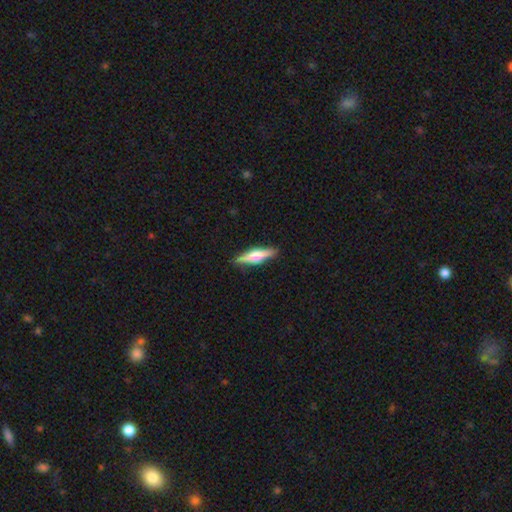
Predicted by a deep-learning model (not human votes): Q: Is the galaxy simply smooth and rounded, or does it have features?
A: featured or disk — 54%.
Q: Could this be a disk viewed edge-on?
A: yes — 96%.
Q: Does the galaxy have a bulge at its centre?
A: rounded — 81%.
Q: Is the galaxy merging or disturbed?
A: none — 89%.